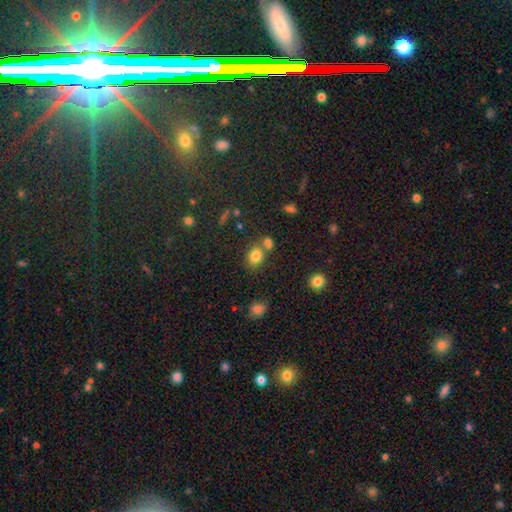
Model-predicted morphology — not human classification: Smooth or featured: smooth — 79% (star or artifact — 14%)
How rounded: round — 52% (in between — 47%)
Merging: none — 57% (merger — 27%)